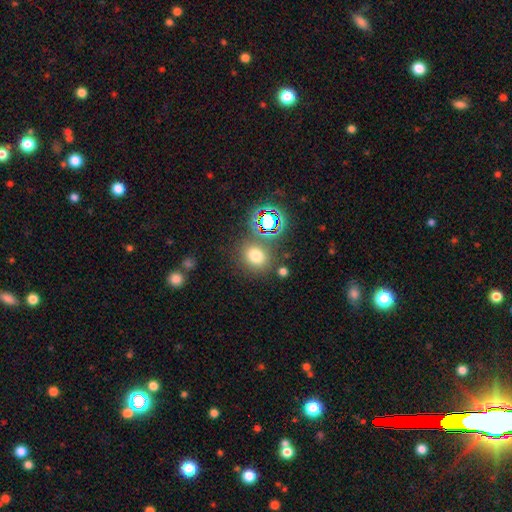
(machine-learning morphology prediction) type=smooth (70%); roundness=round (72%); merging=none (76%).